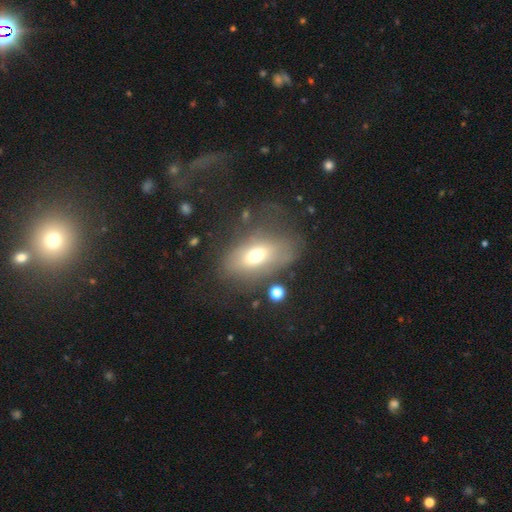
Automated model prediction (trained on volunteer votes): Smooth or featured?
  - smooth: 60% *
  - featured or disk: 27%
  - star or artifact: 13%
How rounded?
  - in between: 80% *
  - round: 17%
  - cigar-shaped: 3%
Merging?
  - none: 49% *
  - major disturbance: 25%
  - minor disturbance: 22%
  - merger: 4%